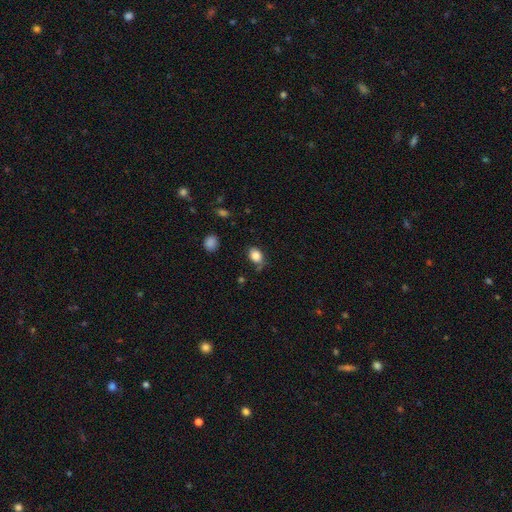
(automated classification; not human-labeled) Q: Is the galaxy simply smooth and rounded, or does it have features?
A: smooth — 84%.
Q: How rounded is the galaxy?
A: in between — 70%.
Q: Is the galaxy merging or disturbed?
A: none — 64%.